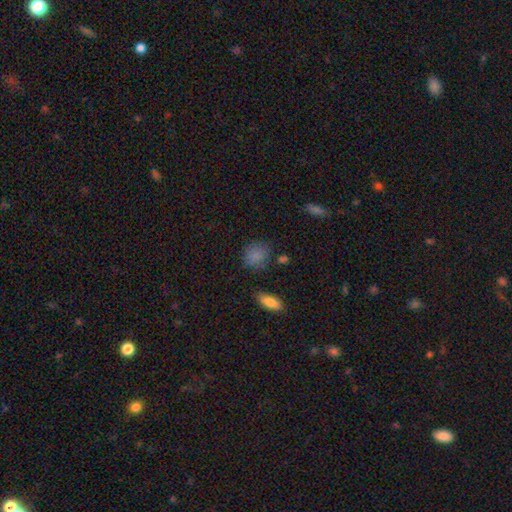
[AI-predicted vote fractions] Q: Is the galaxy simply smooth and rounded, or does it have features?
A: smooth — 83%.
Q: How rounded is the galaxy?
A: round — 67%.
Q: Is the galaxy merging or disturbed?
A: none — 72%.